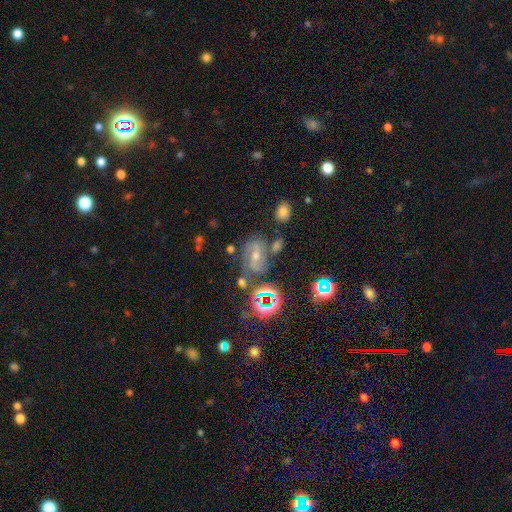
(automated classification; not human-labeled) Smooth or featured?
  - featured or disk: 57% *
  - star or artifact: 28%
  - smooth: 15%
Edge-on disk?
  - no: 95% *
  - yes: 5%
Bar?
  - weak: 42% *
  - strong: 34%
  - no: 24%
Spiral arms?
  - yes: 86% *
  - no: 14%
Bulge size?
  - moderate: 49% *
  - small: 43%
  - large: 3%
  - none: 3%
  - dominant: 1%
Merging?
  - none: 57% *
  - minor disturbance: 18%
  - merger: 13%
  - major disturbance: 11%